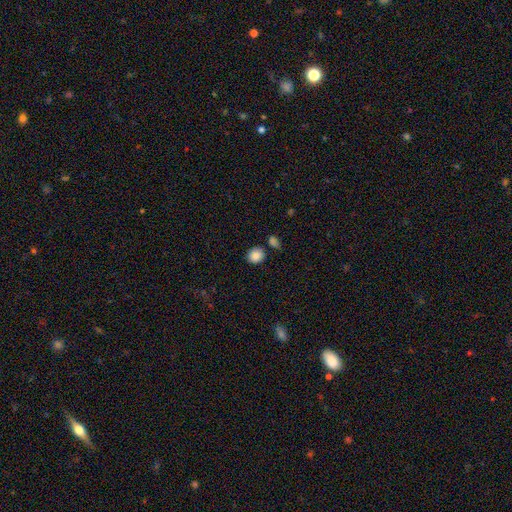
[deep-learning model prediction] Morphology: type=smooth (85%); roundness=round (73%); merging=none (78%).